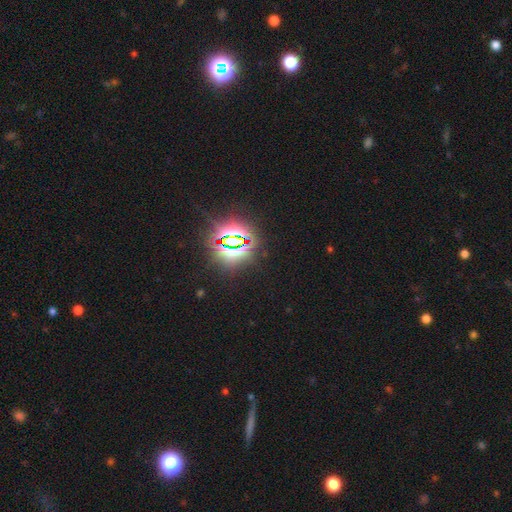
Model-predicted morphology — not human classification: This appears to be a star or artifact, not a galaxy (83%).